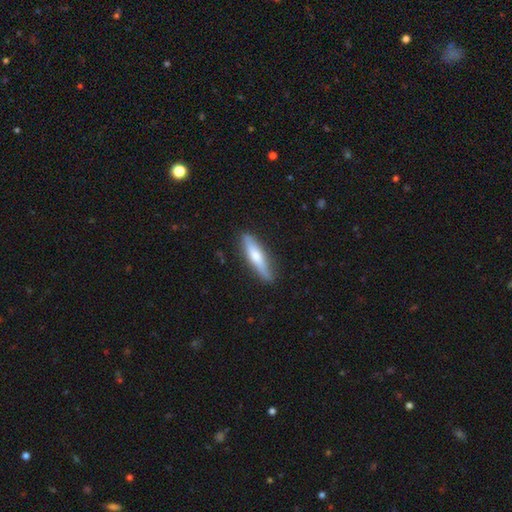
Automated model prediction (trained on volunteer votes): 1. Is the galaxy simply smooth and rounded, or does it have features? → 61% smooth, 34% featured or disk, 5% star or artifact.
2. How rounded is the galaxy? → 82% cigar-shaped, 17% in between, 2% round.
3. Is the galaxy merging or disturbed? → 83% none, 13% minor disturbance, 2% major disturbance, 1% merger.